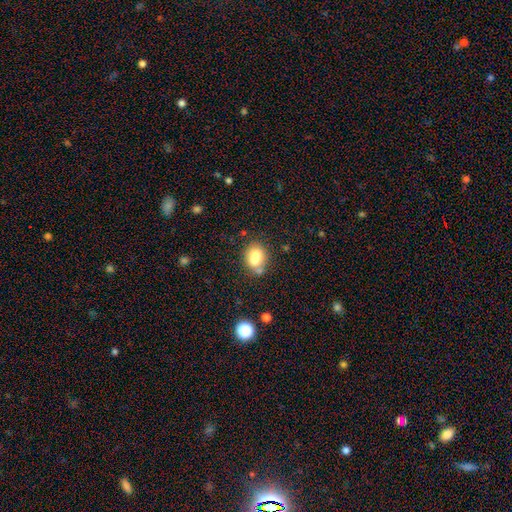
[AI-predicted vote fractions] A smooth galaxy with no disk features (75%) that is in between round and cigar-shaped (64%). Merging: none (53%).